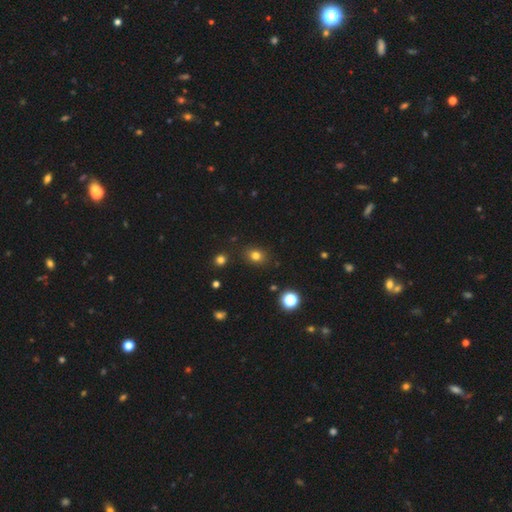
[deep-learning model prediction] Smooth or featured: smooth — 78% (star or artifact — 16%)
How rounded: round — 53% (in between — 46%)
Merging: none — 85% (minor disturbance — 10%)